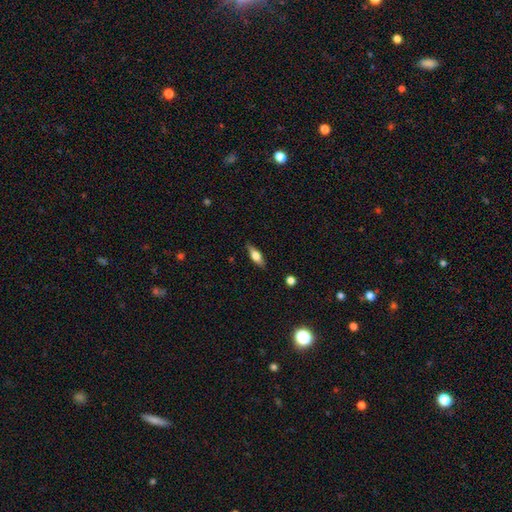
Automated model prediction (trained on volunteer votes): Smooth or featured? smooth (53%)
How rounded? in between (59%)
Merging? none (85%)